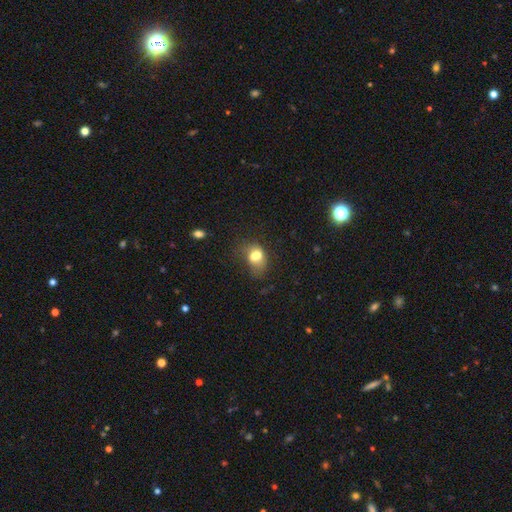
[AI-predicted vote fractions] Q: Smooth or featured?
A: smooth (71%); runner-up: featured or disk (18%)
Q: How rounded?
A: in between (69%); runner-up: round (29%)
Q: Merging?
A: none (29%); runner-up: minor disturbance (27%)